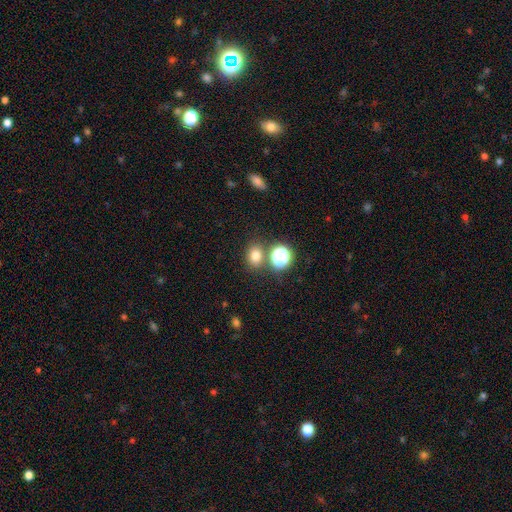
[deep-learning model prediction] A smooth galaxy with no disk features (75%) that is round (56%).

Vote fractions:
- Smooth or featured? smooth: 75% / star or artifact: 18% / featured or disk: 7%
- How rounded? round: 56% / in between: 43% / cigar-shaped: 1%
- Merging? none: 74% / merger: 13% / minor disturbance: 10% / major disturbance: 4%